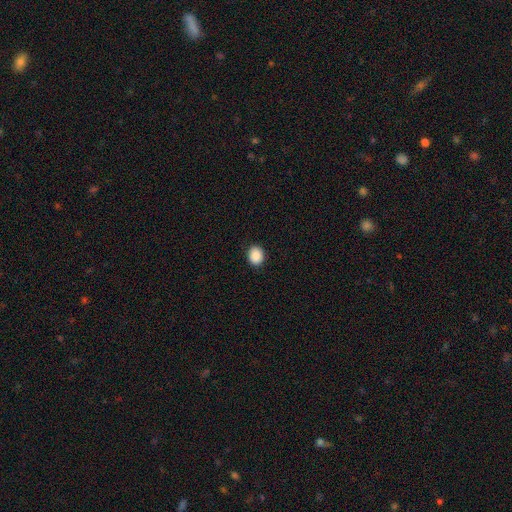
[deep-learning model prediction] Q: Smooth or featured?
A: smooth (90%); runner-up: star or artifact (8%)
Q: How rounded?
A: round (60%); runner-up: in between (39%)
Q: Merging?
A: none (90%); runner-up: minor disturbance (7%)